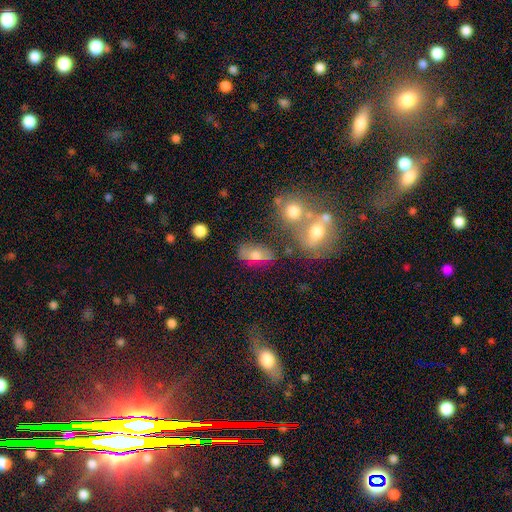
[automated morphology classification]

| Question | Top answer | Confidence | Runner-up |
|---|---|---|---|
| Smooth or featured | smooth | 60% | featured or disk (27%) |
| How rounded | in between | 80% | round (13%) |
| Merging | none | 59% | minor disturbance (18%) |